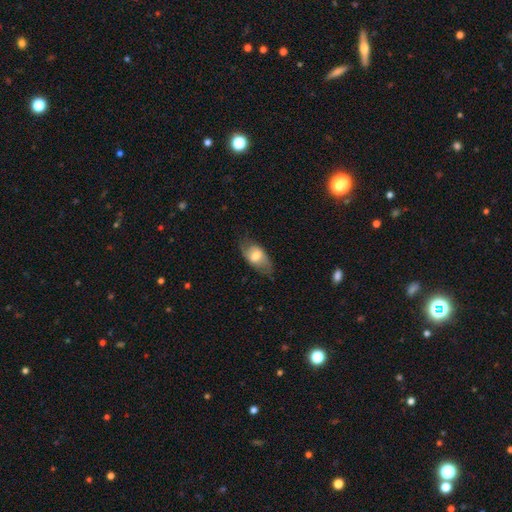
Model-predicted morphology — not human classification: A smooth galaxy with no disk features (59%) that is in between round and cigar-shaped (88%). Merging: none (66%).